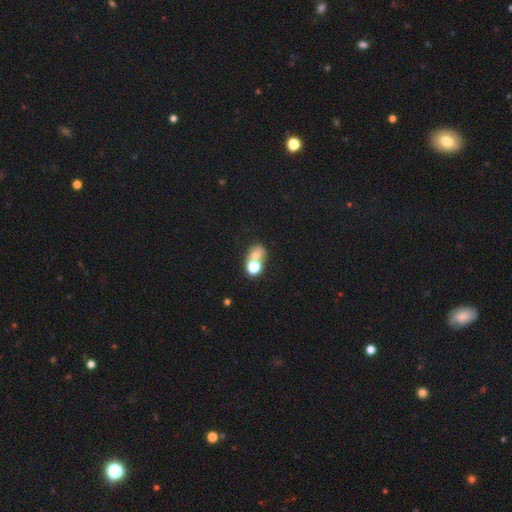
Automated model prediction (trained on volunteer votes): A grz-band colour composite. It shows a smooth galaxy with no disk features (59%) that is round (58%). Merging: merger (49%).